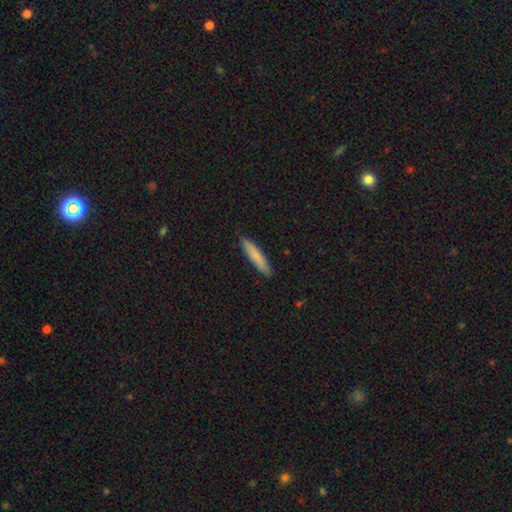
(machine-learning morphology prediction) Overall: smooth (80%). How rounded: cigar-shaped (90%). Merging: none (89%).